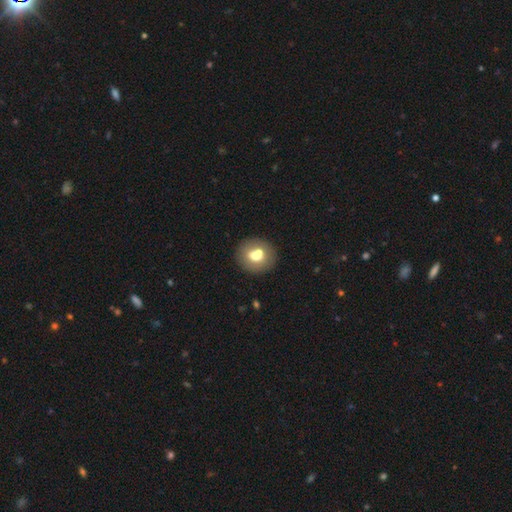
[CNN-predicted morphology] Overall: smooth (66%). How rounded: round (80%). Merging: none (69%).